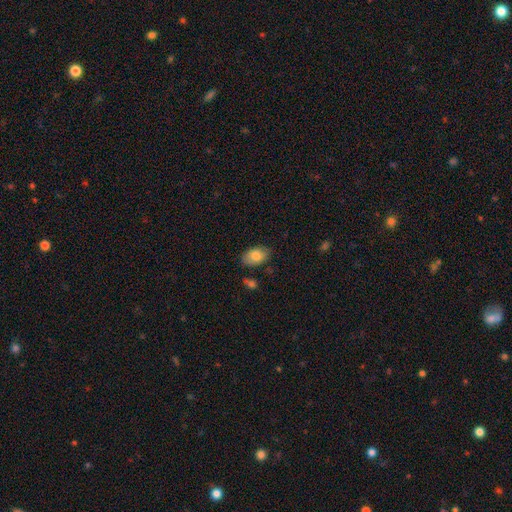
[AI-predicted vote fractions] The model was most divided on "merging": none: 78%, minor disturbance: 16%, major disturbance: 3%, merger: 3%. More confident: how rounded — in between (91%); smooth or featured — smooth (81%).